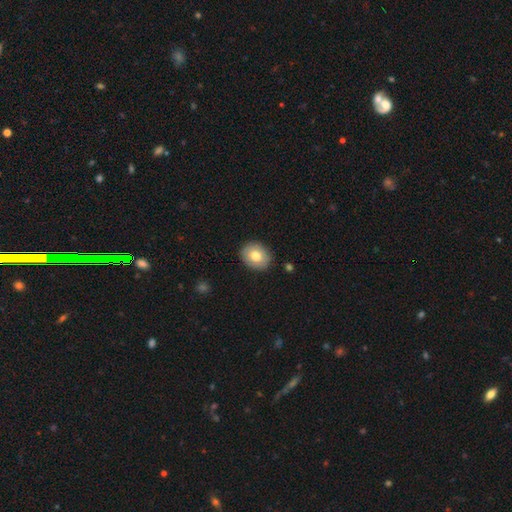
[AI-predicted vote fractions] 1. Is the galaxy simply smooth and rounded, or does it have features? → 79% smooth, 14% featured or disk, 7% star or artifact.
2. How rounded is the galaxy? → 52% in between, 47% round, 1% cigar-shaped.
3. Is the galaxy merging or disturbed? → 88% none, 9% minor disturbance, 2% major disturbance, 1% merger.